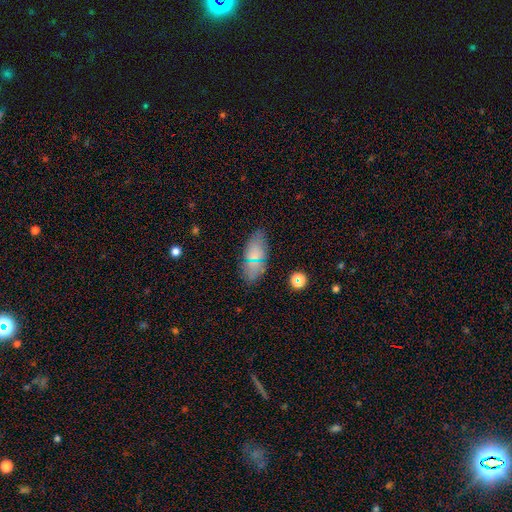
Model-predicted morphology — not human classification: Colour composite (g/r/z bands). It shows a smooth galaxy with no disk features (70%) that is in between round and cigar-shaped (87%). Merging: none (81%).